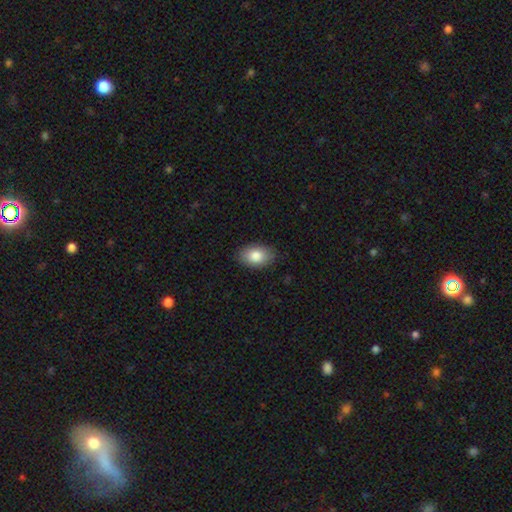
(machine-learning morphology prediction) A smooth galaxy with no disk features (84%) that is in between round and cigar-shaped (90%).

Vote fractions:
- Smooth or featured? smooth: 84% / featured or disk: 9% / star or artifact: 7%
- How rounded? in between: 90% / round: 9% / cigar-shaped: 1%
- Merging? none: 86% / minor disturbance: 11% / major disturbance: 2% / merger: 1%